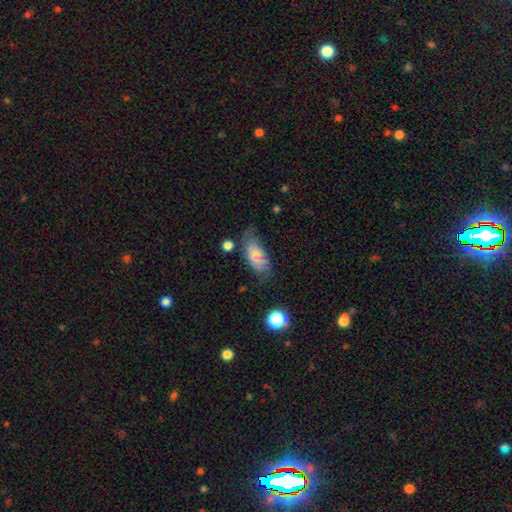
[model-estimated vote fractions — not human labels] smooth_or_featured: smooth (p=0.74) [alt: featured or disk p=0.18]
how_rounded: in between (p=0.87) [alt: cigar-shaped p=0.10]
merging: none (p=0.52) [alt: minor disturbance p=0.32]